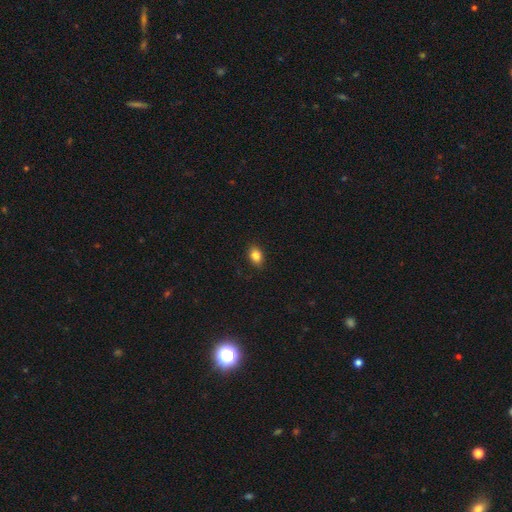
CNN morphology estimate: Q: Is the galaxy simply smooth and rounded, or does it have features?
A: smooth — 84%.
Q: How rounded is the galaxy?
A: in between — 75%.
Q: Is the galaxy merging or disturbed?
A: none — 87%.